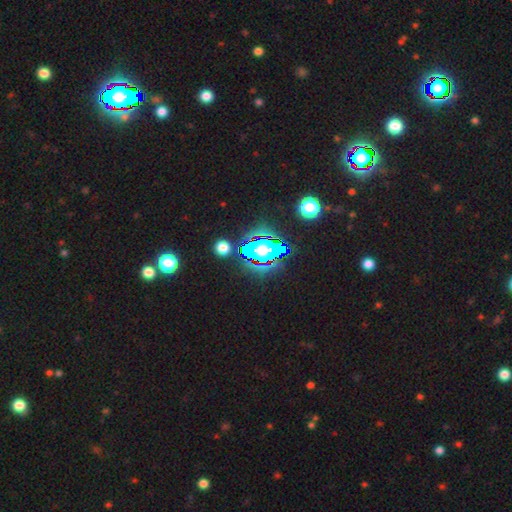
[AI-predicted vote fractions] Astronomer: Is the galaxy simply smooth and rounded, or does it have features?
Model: star or artifact — 77%.